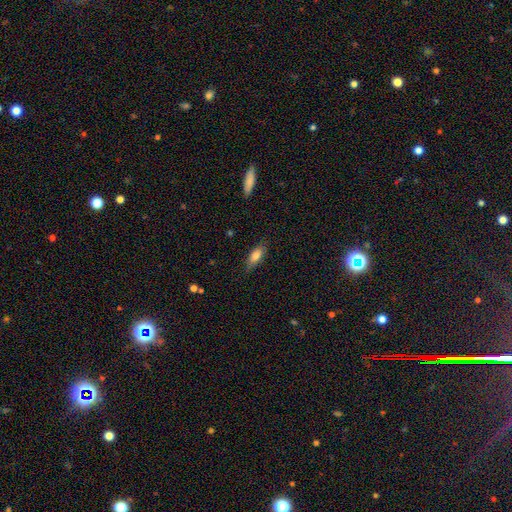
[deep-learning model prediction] Smooth or featured? smooth (79%)
How rounded? in between (74%)
Merging? none (81%)